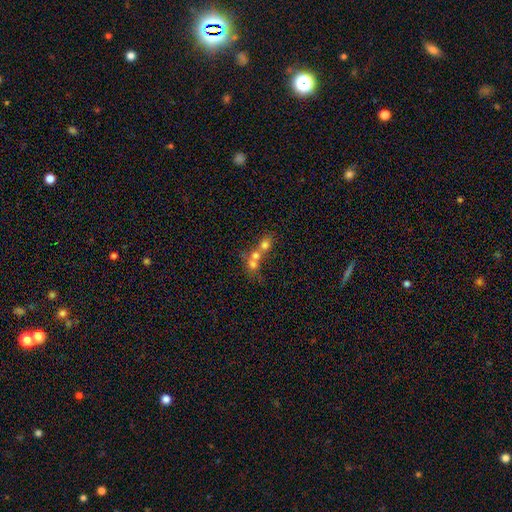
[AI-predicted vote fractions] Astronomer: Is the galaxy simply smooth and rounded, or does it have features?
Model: smooth — 59%.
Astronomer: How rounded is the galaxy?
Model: round — 69%.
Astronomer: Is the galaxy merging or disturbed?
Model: merger — 69%.